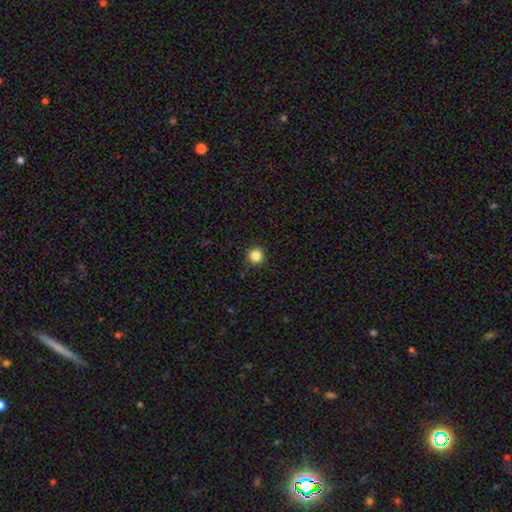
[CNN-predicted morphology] smooth 85%, star or artifact 11%, featured or disk 3%. Down the decision tree: how rounded — round (95%); merging — none (92%).